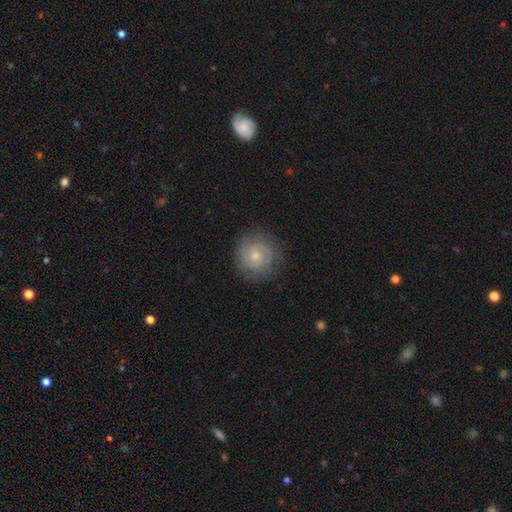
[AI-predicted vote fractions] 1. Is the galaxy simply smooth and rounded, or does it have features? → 67% featured or disk, 26% smooth, 8% star or artifact.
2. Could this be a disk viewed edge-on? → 98% no, 2% yes.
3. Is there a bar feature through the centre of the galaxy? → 76% no, 22% weak, 3% strong.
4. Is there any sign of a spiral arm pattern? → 92% yes, 8% no.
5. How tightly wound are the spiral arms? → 65% tight, 28% medium, 7% loose.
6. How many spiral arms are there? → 55% 2, 22% can't tell, 12% 3, 4% 1, 4% 4, 3% more than 4.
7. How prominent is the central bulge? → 68% small, 26% moderate, 3% none, 1% large, 1% dominant.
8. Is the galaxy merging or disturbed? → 83% none, 12% minor disturbance, 4% major disturbance, 1% merger.